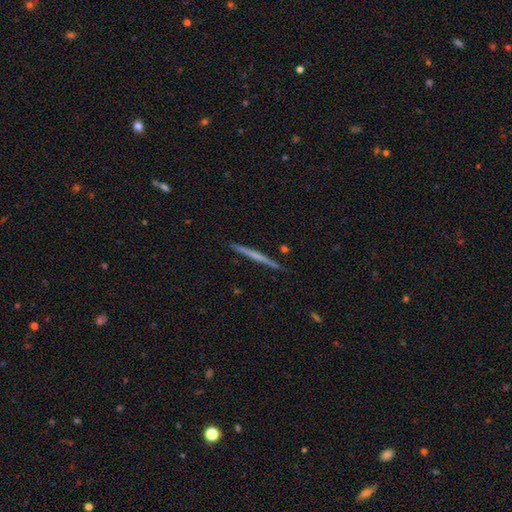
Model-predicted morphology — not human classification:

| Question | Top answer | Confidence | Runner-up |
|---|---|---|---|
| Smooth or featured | featured or disk | 56% | smooth (39%) |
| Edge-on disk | yes | 98% | no (2%) |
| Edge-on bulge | none | 81% | rounded (13%) |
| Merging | none | 91% | minor disturbance (6%) |